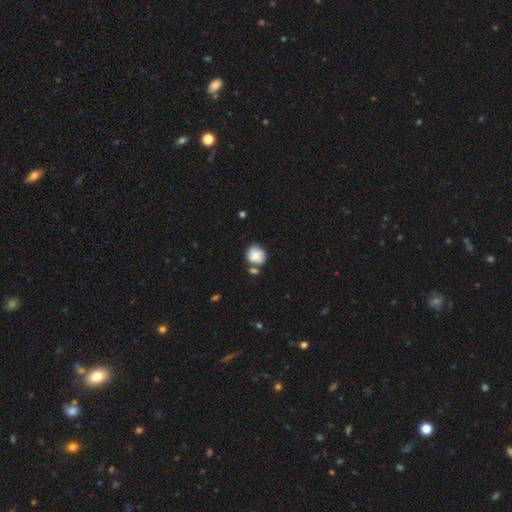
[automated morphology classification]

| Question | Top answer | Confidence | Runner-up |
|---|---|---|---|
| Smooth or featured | smooth | 67% | featured or disk (25%) |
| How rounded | round | 67% | in between (32%) |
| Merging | none | 47% | merger (23%) |